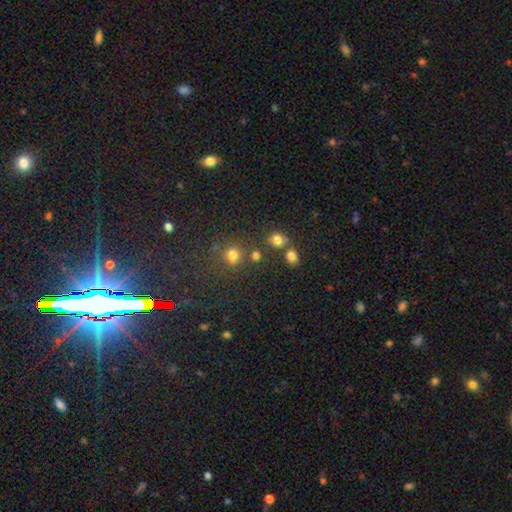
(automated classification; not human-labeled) Smooth or featured? smooth (73%)
How rounded? round (81%)
Merging? none (66%)